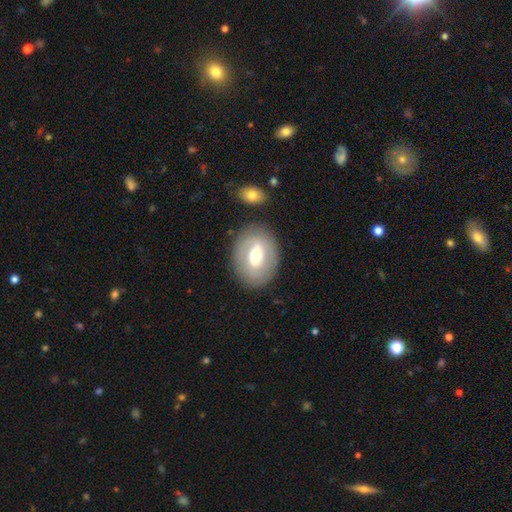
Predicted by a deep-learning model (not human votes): A featured or disk galaxy (53%). Merging: none (81%).